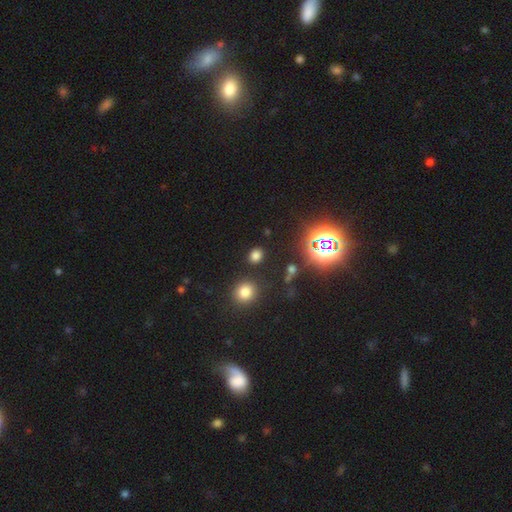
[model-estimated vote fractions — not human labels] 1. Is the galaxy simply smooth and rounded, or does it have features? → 70% smooth, 25% star or artifact, 5% featured or disk.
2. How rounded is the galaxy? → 58% round, 41% in between, 2% cigar-shaped.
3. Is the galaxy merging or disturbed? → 85% none, 8% minor disturbance, 4% merger, 3% major disturbance.